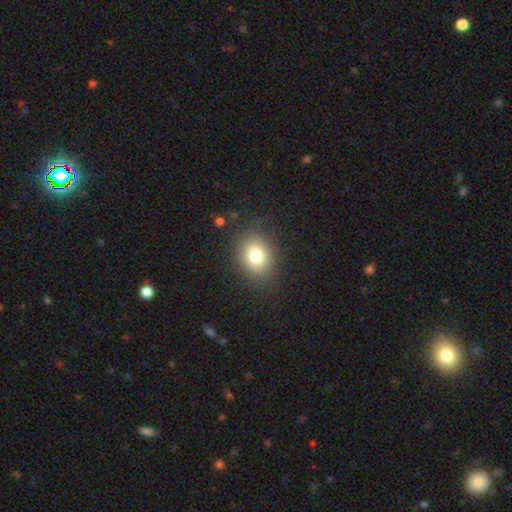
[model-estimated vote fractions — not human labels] Smooth or featured: smooth — 79% (star or artifact — 11%)
How rounded: round — 52% (in between — 47%)
Merging: none — 84% (minor disturbance — 11%)